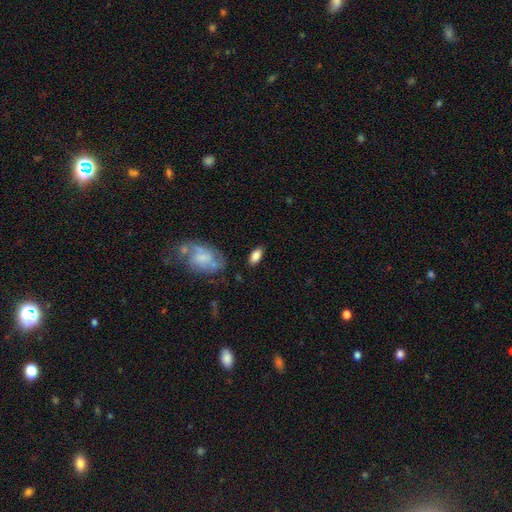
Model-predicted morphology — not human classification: Q: Smooth or featured?
A: smooth (82%); runner-up: featured or disk (11%)
Q: How rounded?
A: in between (87%); runner-up: cigar-shaped (10%)
Q: Merging?
A: none (81%); runner-up: minor disturbance (13%)